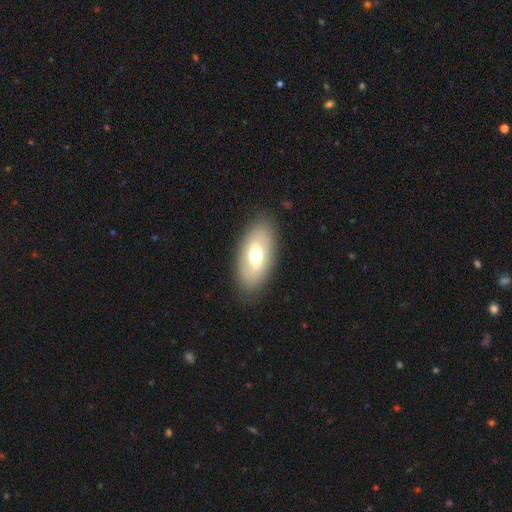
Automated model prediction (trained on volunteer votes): A smooth galaxy with no disk features (59%) that is in between round and cigar-shaped (91%). Merging: none (85%).